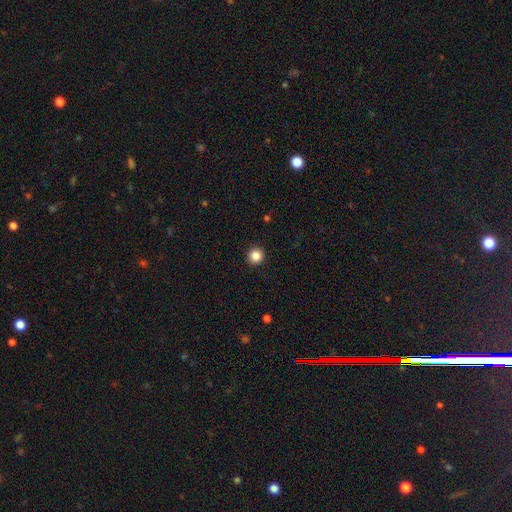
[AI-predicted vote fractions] This appears to be a smooth galaxy with no disk features (85%) that is round (95%). Merging: none (93%).